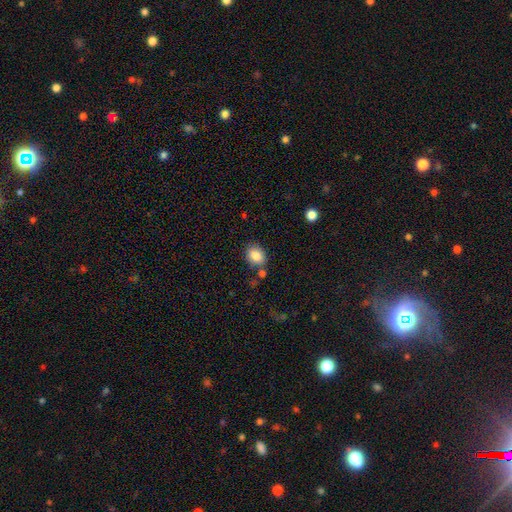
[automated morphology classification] Smooth or featured? smooth (85%)
How rounded? in between (58%)
Merging? none (73%)